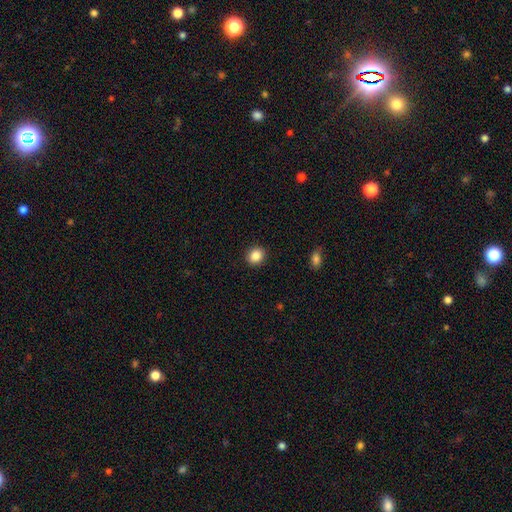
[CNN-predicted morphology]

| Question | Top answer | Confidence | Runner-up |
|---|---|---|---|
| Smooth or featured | smooth | 87% | star or artifact (9%) |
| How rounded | round | 77% | in between (23%) |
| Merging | none | 92% | minor disturbance (5%) |